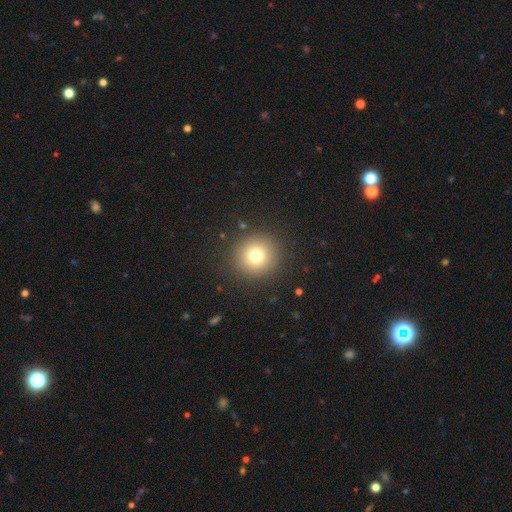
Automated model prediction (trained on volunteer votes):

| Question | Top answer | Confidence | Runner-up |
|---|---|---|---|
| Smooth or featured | smooth | 75% | star or artifact (14%) |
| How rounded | round | 94% | in between (5%) |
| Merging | none | 90% | minor disturbance (6%) |